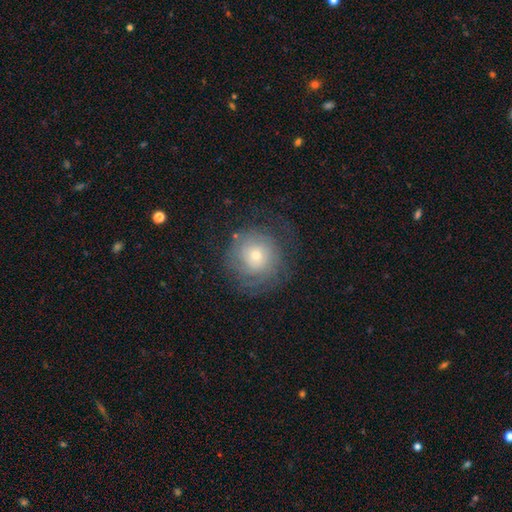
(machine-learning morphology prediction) A featured or disk galaxy (54%) with no bar (81%), spiral arms (78%) and a small central bulge (56%). Merging: none (68%).